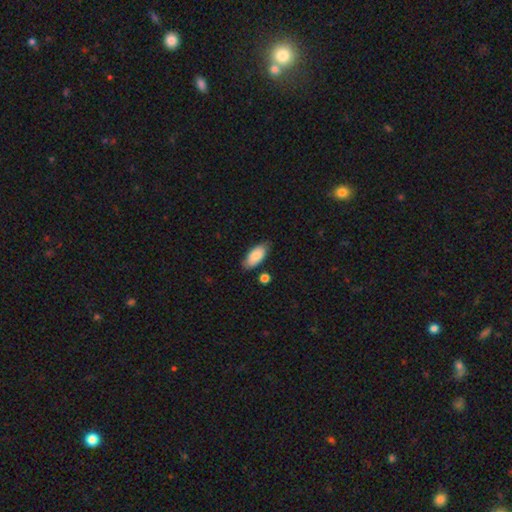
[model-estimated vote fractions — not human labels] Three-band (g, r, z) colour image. It shows a smooth galaxy with no disk features (84%) that is in between round and cigar-shaped (89%). Merging: none (78%).